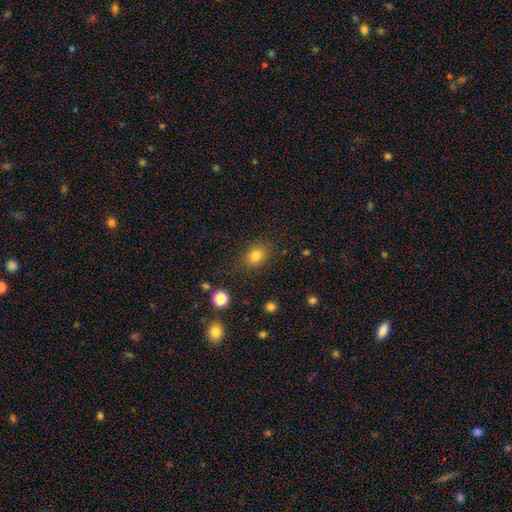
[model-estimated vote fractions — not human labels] A smooth galaxy with no disk features (81%) that is in between round and cigar-shaped (50%). Merging: none (82%).